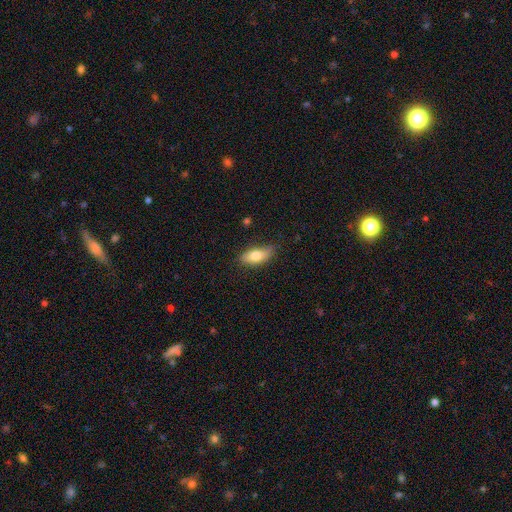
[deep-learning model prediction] The model was most divided on "merging": none: 70%, minor disturbance: 25%, major disturbance: 4%, merger: 2%. More confident: how rounded — in between (82%); smooth or featured — smooth (76%).